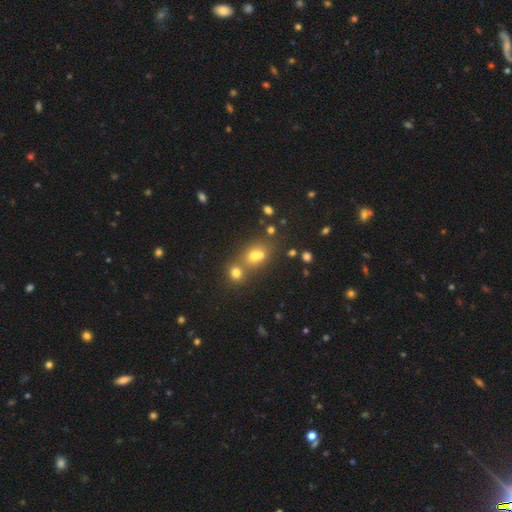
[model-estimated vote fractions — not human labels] smooth-or-featured: smooth: 63% | star or artifact: 22% | featured or disk: 15%
  how-rounded: round: 64% | in between: 34% | cigar-shaped: 2%
  merging: merger: 54% | none: 35% | minor disturbance: 7% | major disturbance: 4%